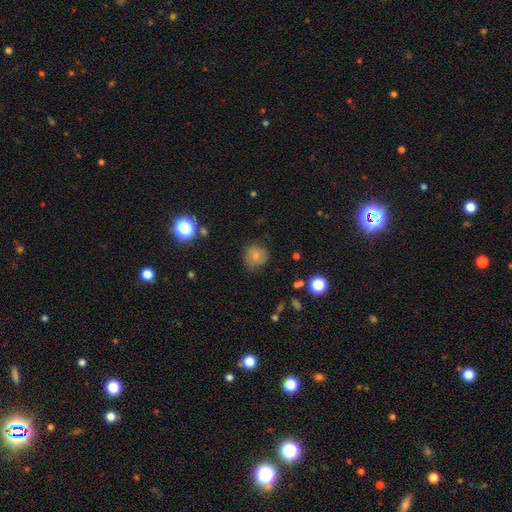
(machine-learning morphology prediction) smooth_or_featured: smooth (p=0.76) [alt: star or artifact p=0.13]
how_rounded: round (p=0.87) [alt: in between p=0.12]
merging: none (p=0.75) [alt: minor disturbance p=0.19]